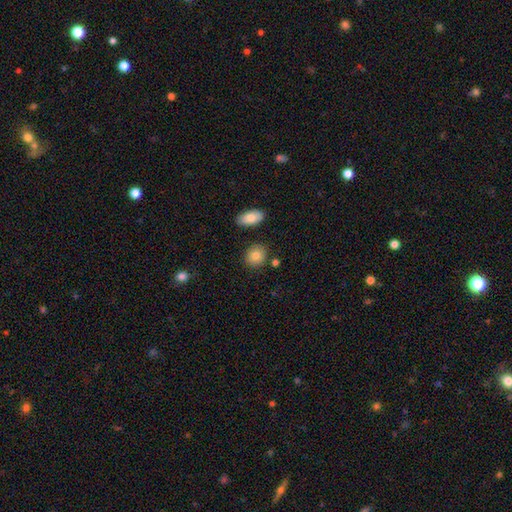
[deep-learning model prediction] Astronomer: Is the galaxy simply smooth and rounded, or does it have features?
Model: smooth — 84%.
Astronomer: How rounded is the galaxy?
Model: round — 72%.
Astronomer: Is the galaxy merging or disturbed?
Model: none — 83%.